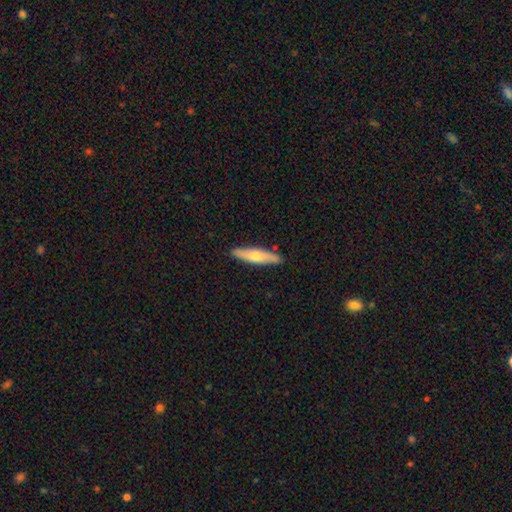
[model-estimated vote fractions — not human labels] Smooth or featured?
  - smooth: 54% *
  - featured or disk: 40%
  - star or artifact: 6%
How rounded?
  - cigar-shaped: 83% *
  - in between: 15%
  - round: 2%
Merging?
  - none: 89% *
  - minor disturbance: 8%
  - major disturbance: 2%
  - merger: 1%